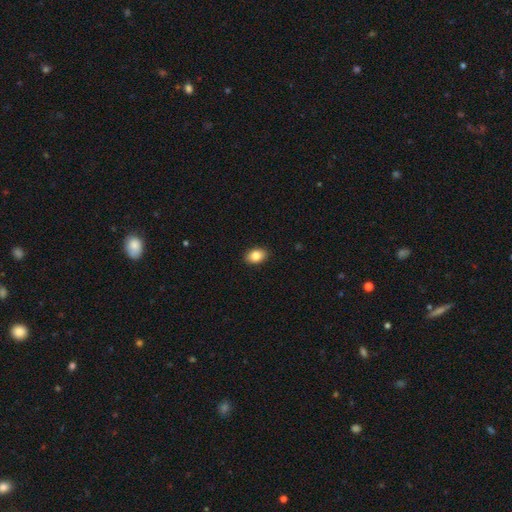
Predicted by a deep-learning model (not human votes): This appears to be a smooth galaxy with no disk features (85%) that is in between round and cigar-shaped (82%). Merging: none (90%).